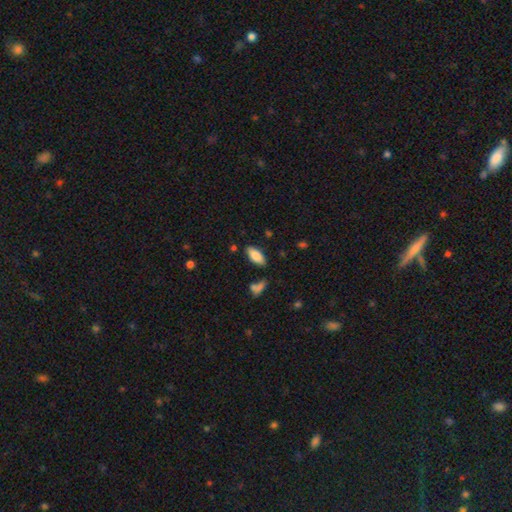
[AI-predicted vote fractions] Smooth or featured: smooth — 83% (featured or disk — 10%)
How rounded: in between — 88% (cigar-shaped — 11%)
Merging: none — 79% (minor disturbance — 12%)